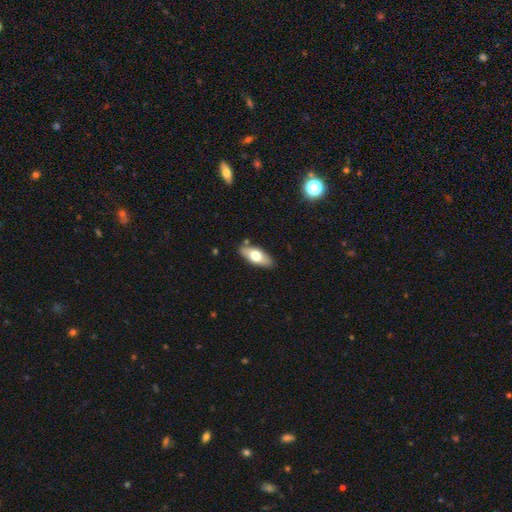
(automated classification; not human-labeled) smooth 64%, featured or disk 30%, star or artifact 6%. Down the decision tree: how rounded — in between (82%); merging — none (85%).